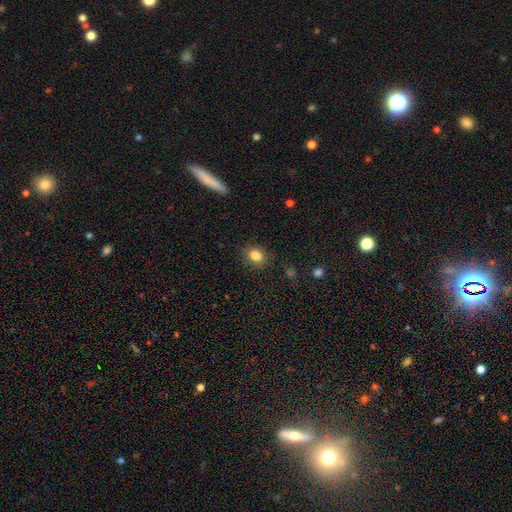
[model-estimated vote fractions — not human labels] smooth_or_featured: smooth (p=0.84) [alt: star or artifact p=0.10]
how_rounded: in between (p=0.50) [alt: round p=0.49]
merging: none (p=0.87) [alt: minor disturbance p=0.10]